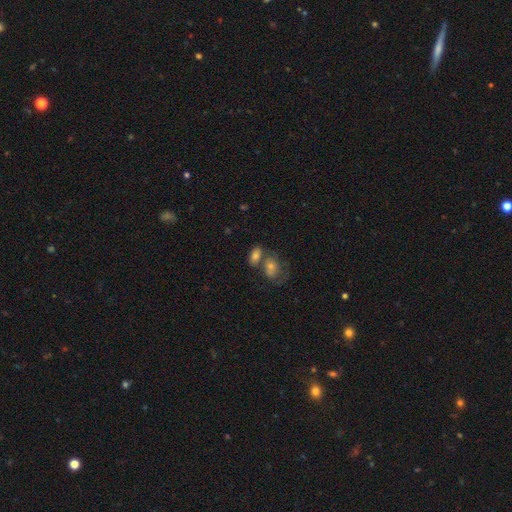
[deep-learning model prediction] Smooth or featured: smooth — 73% (featured or disk — 18%)
How rounded: in between — 84% (round — 14%)
Merging: merger — 48% (none — 36%)